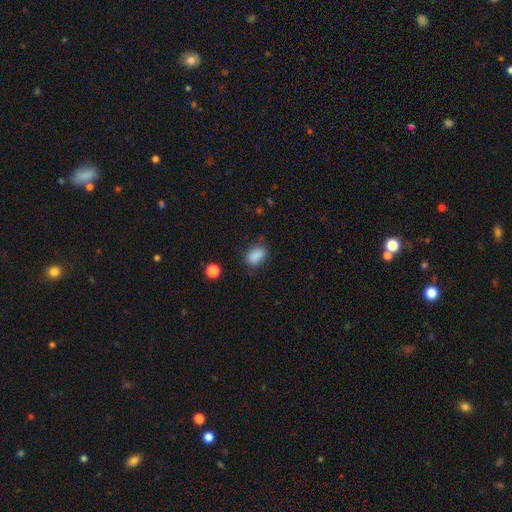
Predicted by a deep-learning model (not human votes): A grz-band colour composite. It shows a smooth galaxy with no disk features (87%) that is in between round and cigar-shaped (84%). Merging: none (78%).